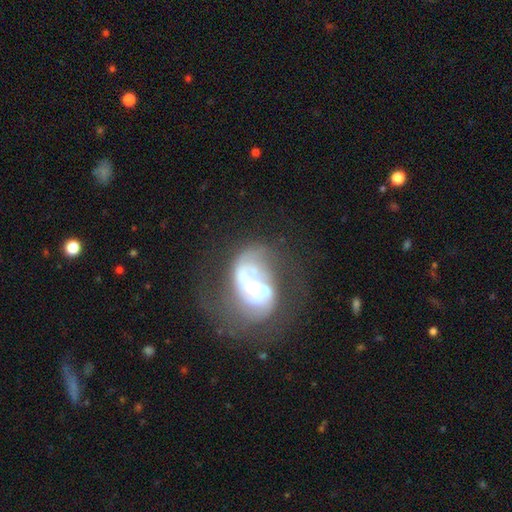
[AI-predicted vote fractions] Overall: featured or disk (75%). Edge-on disk: no (97%). Bar: no (54%; weak 35%). Spiral arms: yes (81%). Spiral arm count: 2 (47%; 1 31%). Spiral winding: medium (40%; loose 33%). Bulge size: small (43%; moderate 38%). Merging: none (44%; major disturbance 24%).